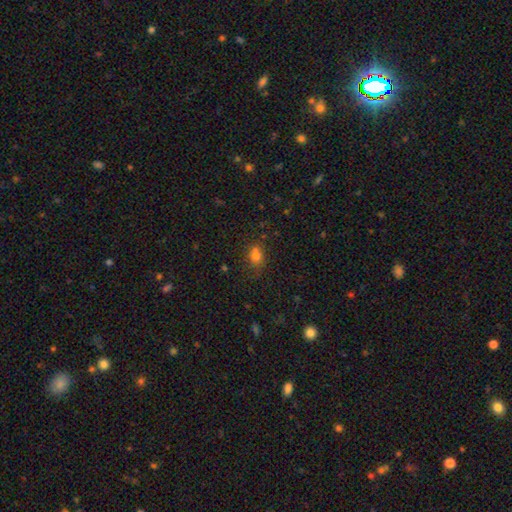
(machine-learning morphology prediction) A smooth galaxy with no disk features (74%) that is in between round and cigar-shaped (52%). Merging: none (56%).